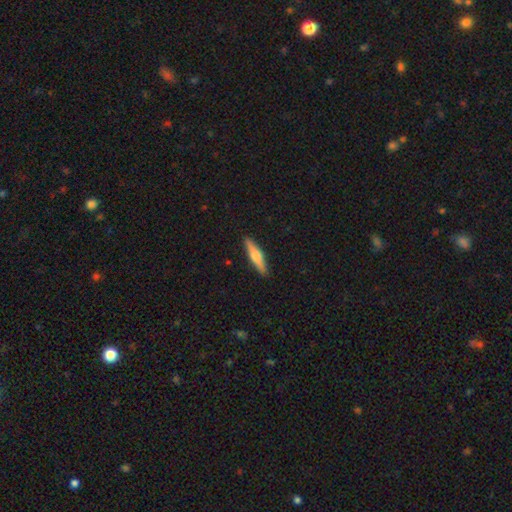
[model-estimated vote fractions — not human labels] featured or disk 48%, smooth 47%, star or artifact 6%. Down the decision tree: merging — none (91%).